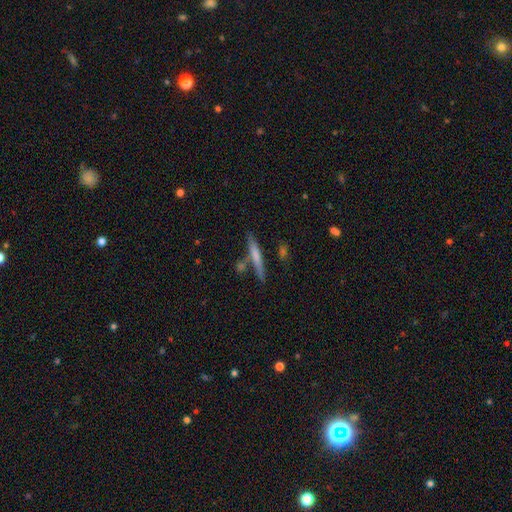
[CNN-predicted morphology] The model was most divided on "smooth or featured": smooth: 62%, featured or disk: 32%, star or artifact: 6%. More confident: how rounded — cigar-shaped (92%); merging — none (75%).